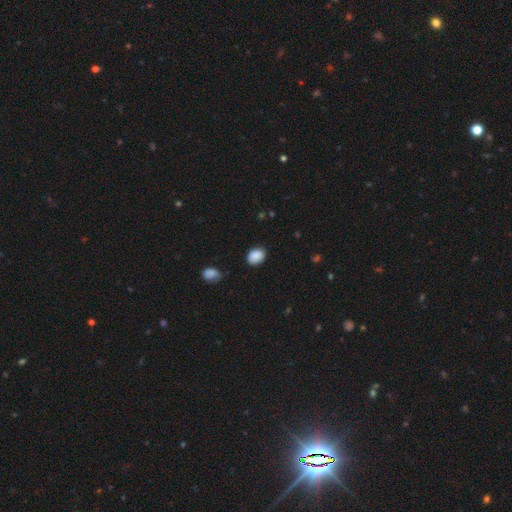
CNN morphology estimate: This is clearly a smooth galaxy (89%). How rounded: likely in between (69%). Merging: clearly none (83%).